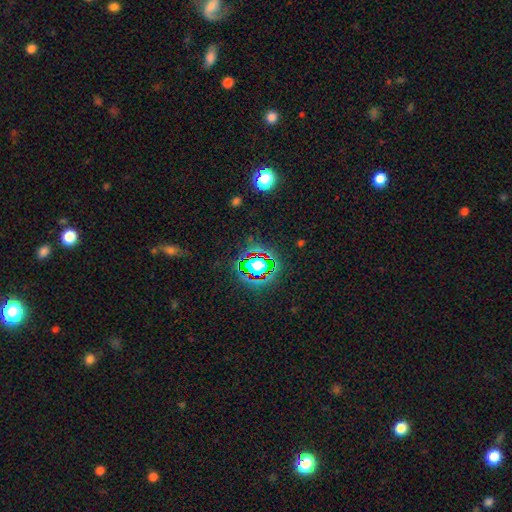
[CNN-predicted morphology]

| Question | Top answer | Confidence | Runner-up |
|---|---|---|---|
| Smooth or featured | star or artifact | 65% | smooth (23%) |